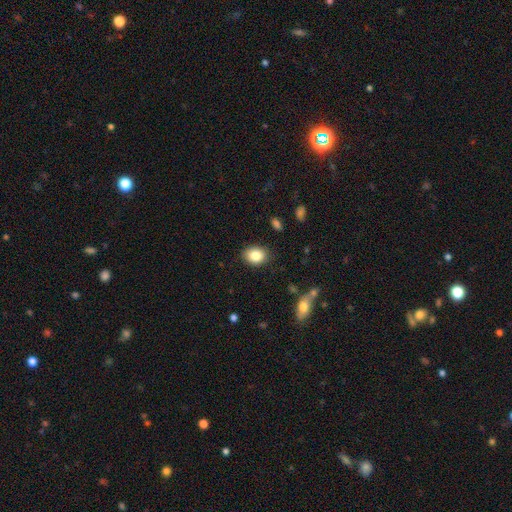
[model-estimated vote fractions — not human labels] Smooth or featured?
  - smooth: 85% *
  - star or artifact: 9%
  - featured or disk: 7%
How rounded?
  - in between: 59% *
  - round: 40%
  - cigar-shaped: 1%
Merging?
  - none: 86% *
  - minor disturbance: 10%
  - major disturbance: 2%
  - merger: 1%